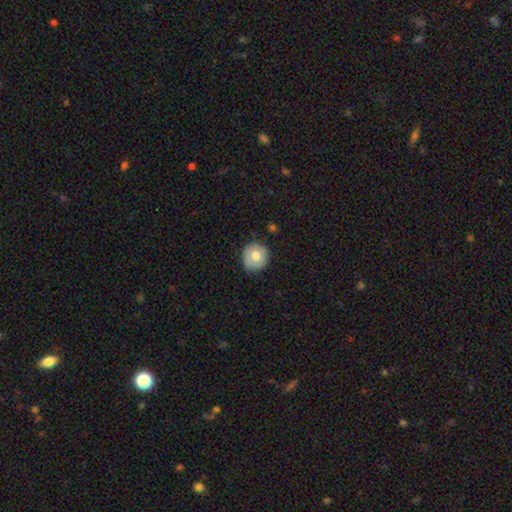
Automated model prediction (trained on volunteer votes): A smooth galaxy with no disk features (73%) that is round (92%). Merging: none (80%).